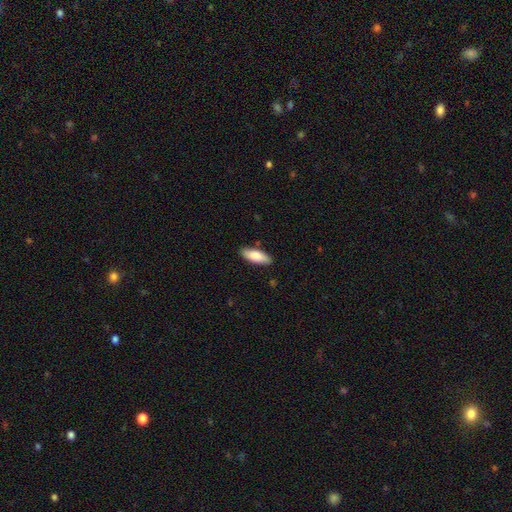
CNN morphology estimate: smooth_or_featured: smooth (p=0.84) [alt: featured or disk p=0.10]
how_rounded: in between (p=0.73) [alt: cigar-shaped p=0.25]
merging: none (p=0.85) [alt: minor disturbance p=0.11]